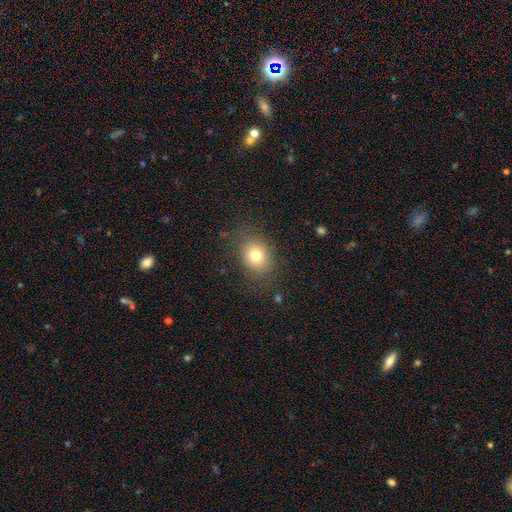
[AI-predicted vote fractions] Overall: smooth (76%). How rounded: round (55%; in between 44%). Merging: none (81%).